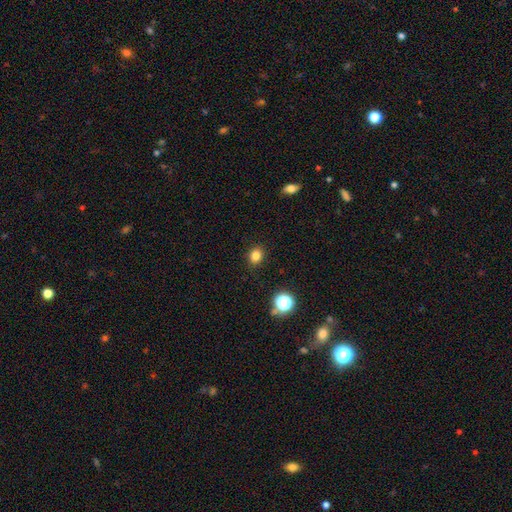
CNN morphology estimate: A smooth galaxy with no disk features (81%) that is round (63%). Merging: none (89%).